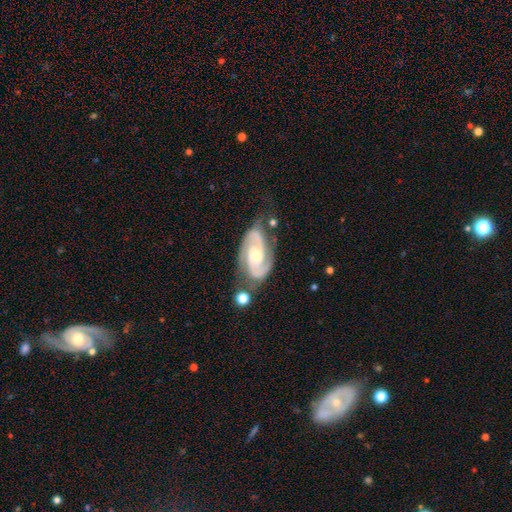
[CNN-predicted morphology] Smooth or featured? Predicted: featured or disk (p=0.90). Edge-on disk? Predicted: no (p=0.97). Bar? Predicted: no (p=0.44). Spiral arms? Predicted: yes (p=0.98). Spiral winding? Predicted: tight (p=0.47). Spiral arm count? Predicted: 2 (p=0.89). Bulge size? Predicted: moderate (p=0.54). Merging? Predicted: none (p=0.66).